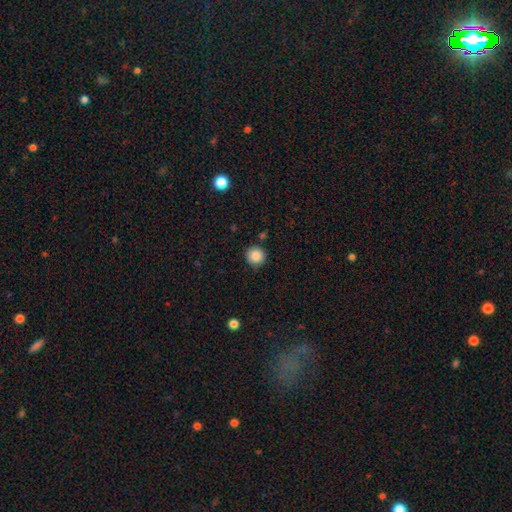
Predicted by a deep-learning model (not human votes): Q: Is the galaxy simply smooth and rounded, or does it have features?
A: smooth — 87%.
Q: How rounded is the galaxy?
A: round — 95%.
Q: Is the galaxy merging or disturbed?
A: none — 88%.